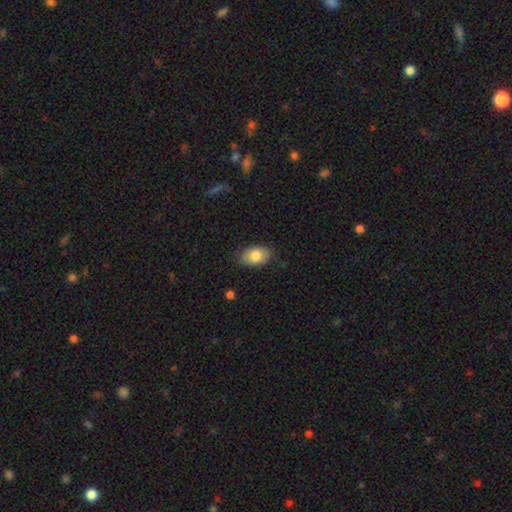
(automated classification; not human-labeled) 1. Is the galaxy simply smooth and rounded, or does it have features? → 82% smooth, 11% featured or disk, 7% star or artifact.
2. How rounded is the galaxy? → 89% in between, 10% round, 1% cigar-shaped.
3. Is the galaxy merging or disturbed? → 82% none, 14% minor disturbance, 3% major disturbance, 1% merger.